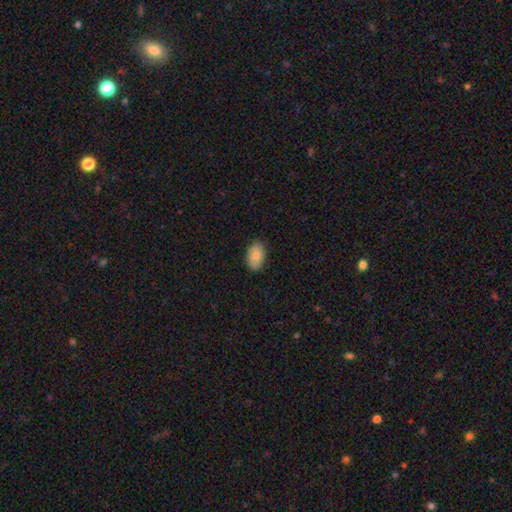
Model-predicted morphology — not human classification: A smooth galaxy with no disk features (87%) that is in between round and cigar-shaped (93%). Merging: none (87%).